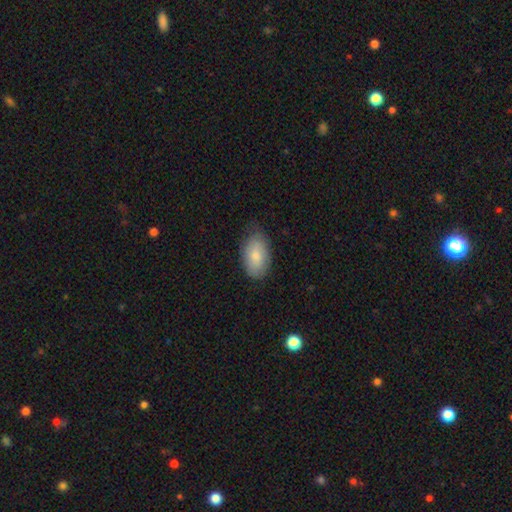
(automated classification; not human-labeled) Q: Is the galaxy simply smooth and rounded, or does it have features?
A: smooth — 77%.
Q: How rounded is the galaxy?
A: in between — 93%.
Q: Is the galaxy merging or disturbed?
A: none — 73%.